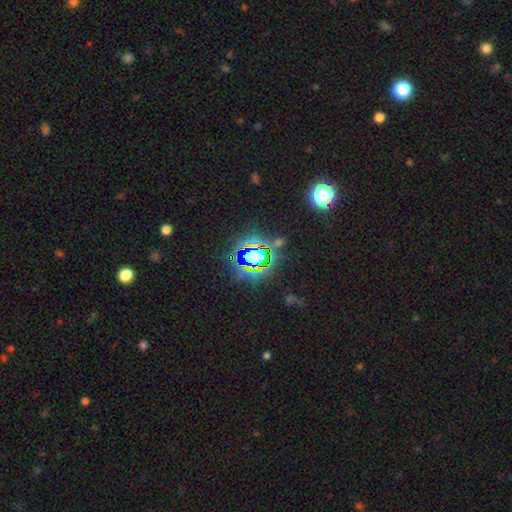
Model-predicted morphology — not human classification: smooth-or-featured: star or artifact: 81% | smooth: 12% | featured or disk: 7%